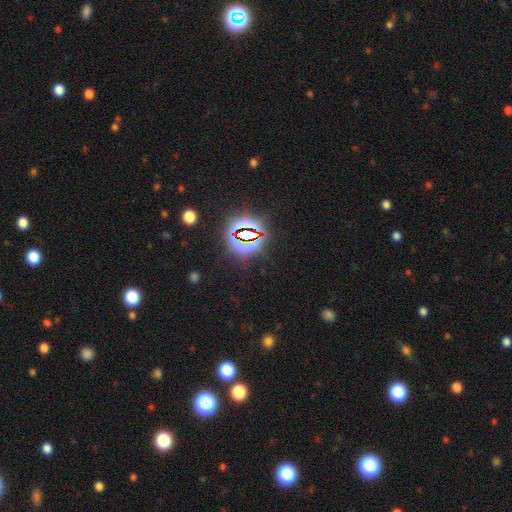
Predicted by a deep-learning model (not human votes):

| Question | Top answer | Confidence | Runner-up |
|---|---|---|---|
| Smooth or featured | star or artifact | 82% | smooth (11%) |